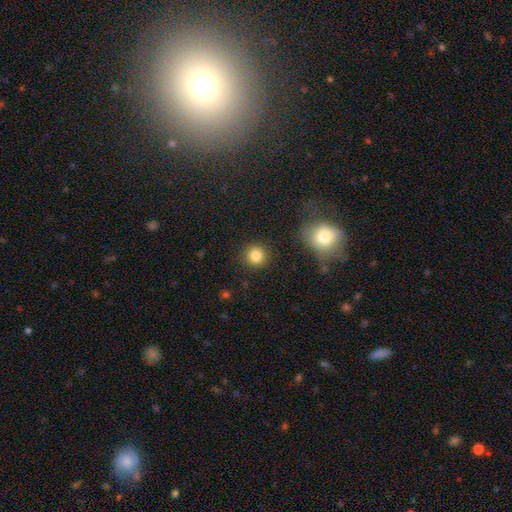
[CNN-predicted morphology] A smooth galaxy with no disk features (83%) that is round (93%).

Vote fractions:
- Smooth or featured? smooth: 83% / star or artifact: 11% / featured or disk: 6%
- How rounded? round: 93% / in between: 6% / cigar-shaped: 1%
- Merging? none: 90% / minor disturbance: 6% / major disturbance: 3% / merger: 2%